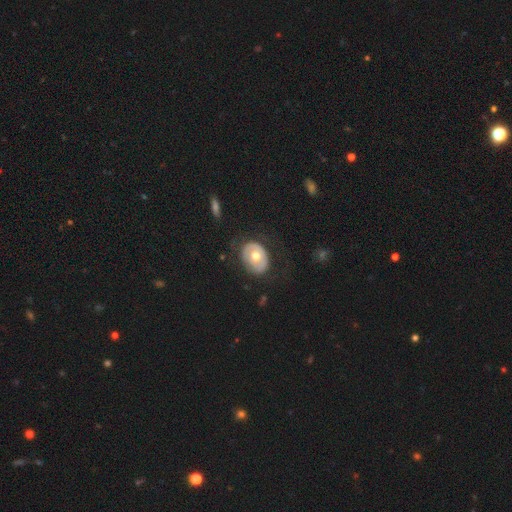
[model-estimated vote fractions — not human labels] A featured or disk galaxy (48%).

Vote fractions:
- Smooth or featured? featured or disk: 48% / smooth: 46% / star or artifact: 6%
- Merging? none: 67% / minor disturbance: 20% / major disturbance: 11% / merger: 2%